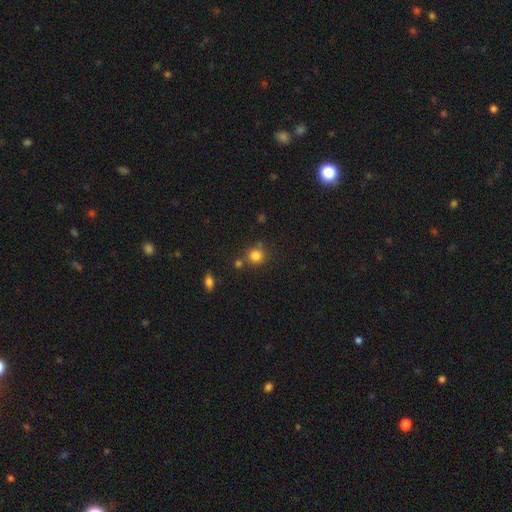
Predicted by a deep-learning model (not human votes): Smooth or featured?
  - smooth: 82% *
  - star or artifact: 12%
  - featured or disk: 6%
How rounded?
  - round: 87% *
  - in between: 12%
  - cigar-shaped: 1%
Merging?
  - none: 72% *
  - merger: 14%
  - minor disturbance: 11%
  - major disturbance: 4%